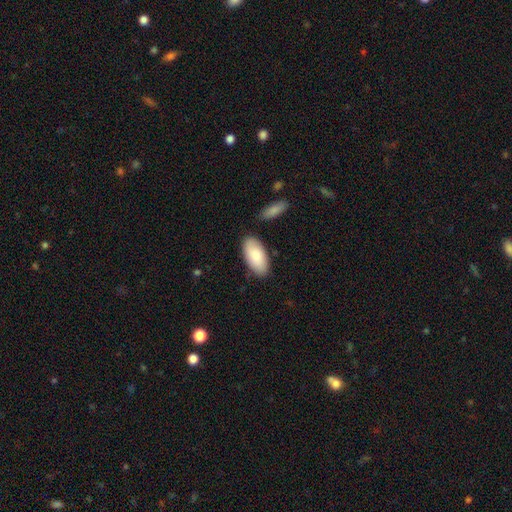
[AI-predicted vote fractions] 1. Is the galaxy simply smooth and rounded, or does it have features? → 83% smooth, 11% featured or disk, 5% star or artifact.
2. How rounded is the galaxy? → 94% in between, 4% cigar-shaped, 2% round.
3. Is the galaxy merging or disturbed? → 81% none, 13% minor disturbance, 4% merger, 2% major disturbance.